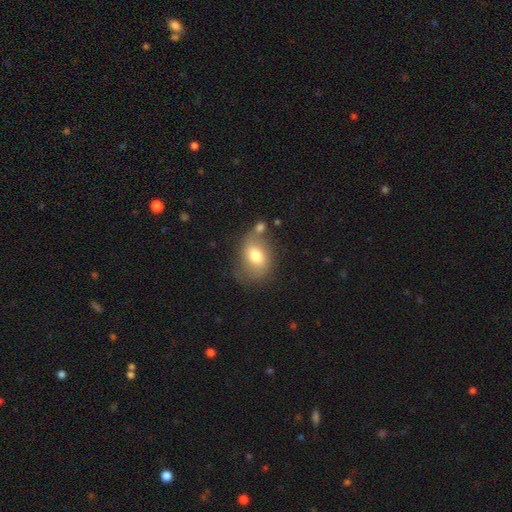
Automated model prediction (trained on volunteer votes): Smooth or featured? Predicted: smooth (p=0.64). How rounded? Predicted: in between (p=0.74). Merging? Predicted: none (p=0.53).